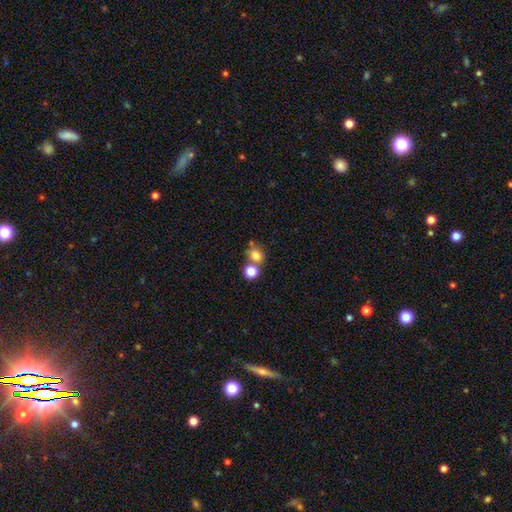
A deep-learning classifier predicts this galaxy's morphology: This is likely a smooth galaxy (78%). How rounded: likely round (74%). Merging: possibly none (55%).